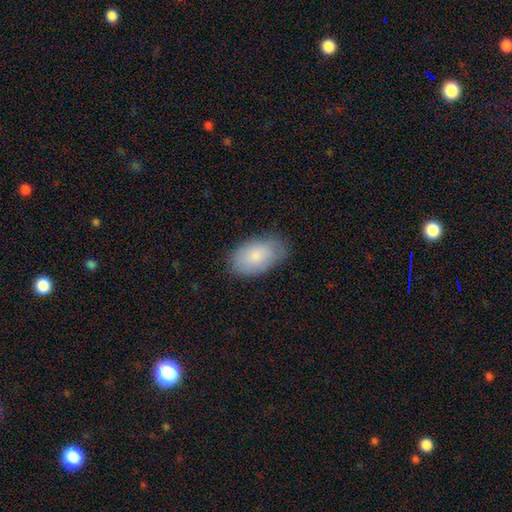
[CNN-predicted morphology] The model was most divided on "merging": none: 77%, minor disturbance: 18%, major disturbance: 4%, merger: 1%. More confident: how rounded — in between (94%); smooth or featured — smooth (81%).